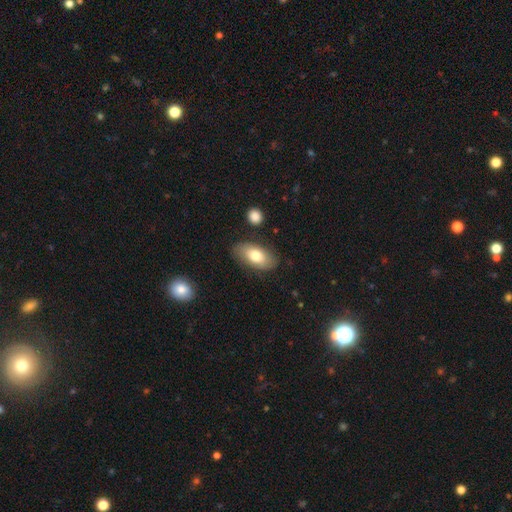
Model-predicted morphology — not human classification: Smooth or featured? smooth (73%)
How rounded? in between (92%)
Merging? none (81%)